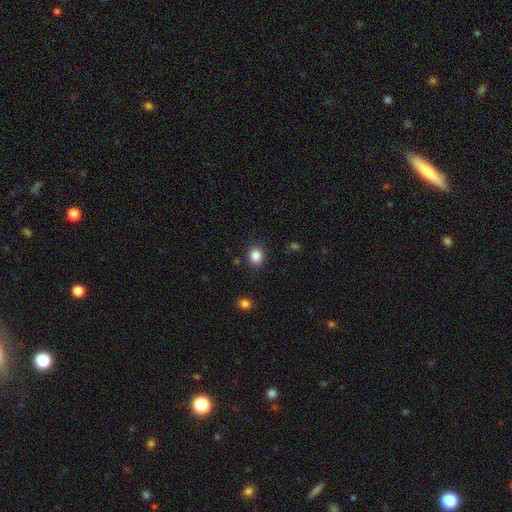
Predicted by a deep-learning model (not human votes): smooth-or-featured: smooth: 85% | star or artifact: 10% | featured or disk: 5%
  how-rounded: round: 71% | in between: 28% | cigar-shaped: 1%
  merging: none: 87% | minor disturbance: 9% | major disturbance: 2% | merger: 2%